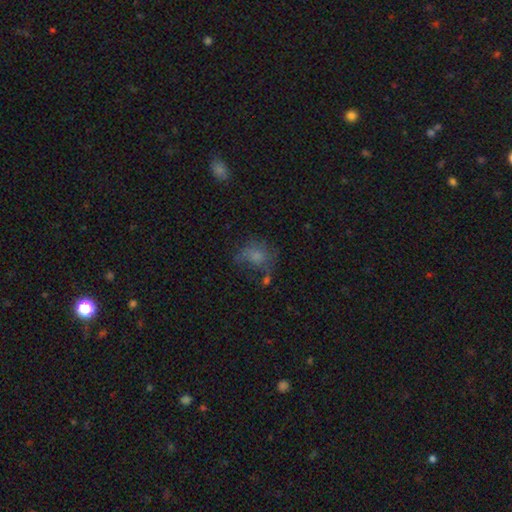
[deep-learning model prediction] Smooth or featured?
  - smooth: 64% *
  - featured or disk: 21%
  - star or artifact: 15%
How rounded?
  - round: 55% *
  - in between: 44%
  - cigar-shaped: 1%
Merging?
  - none: 40% *
  - major disturbance: 25%
  - minor disturbance: 25%
  - merger: 10%